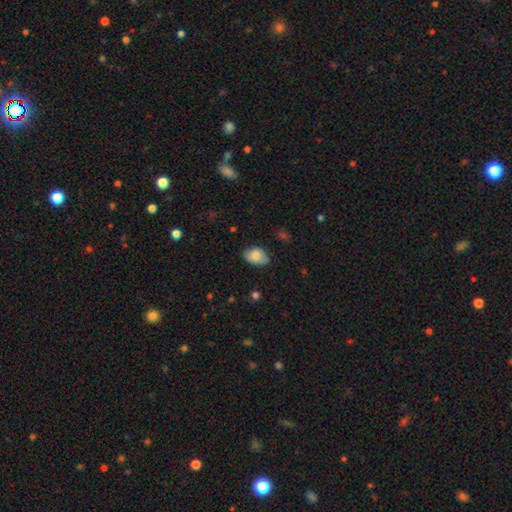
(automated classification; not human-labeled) Smooth or featured: smooth — 84% (featured or disk — 9%)
How rounded: in between — 87% (round — 12%)
Merging: none — 71% (minor disturbance — 23%)